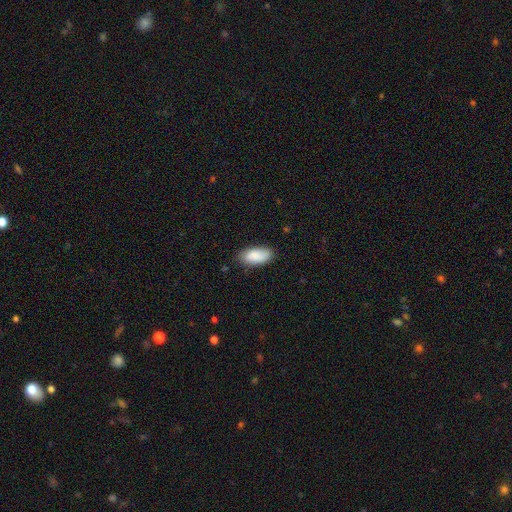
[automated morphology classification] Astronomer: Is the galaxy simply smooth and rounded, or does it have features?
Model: smooth — 87%.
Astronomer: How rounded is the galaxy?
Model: in between — 90%.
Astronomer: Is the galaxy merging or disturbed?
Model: none — 79%.